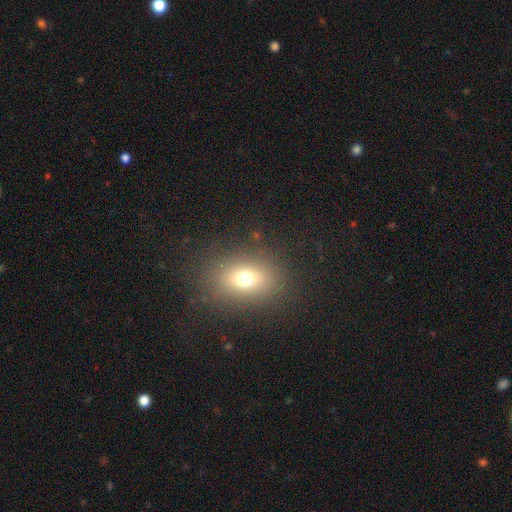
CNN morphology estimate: Smooth or featured? Predicted: smooth (p=0.66). How rounded? Predicted: in between (p=0.69). Merging? Predicted: none (p=0.88).